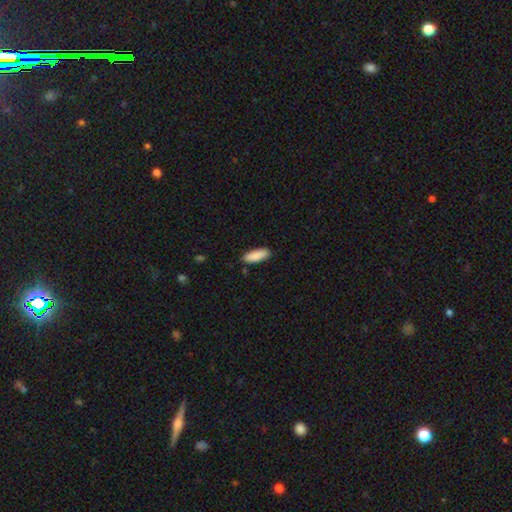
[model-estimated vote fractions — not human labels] Smooth or featured? Predicted: smooth (p=0.89). How rounded? Predicted: in between (p=0.62). Merging? Predicted: none (p=0.87).